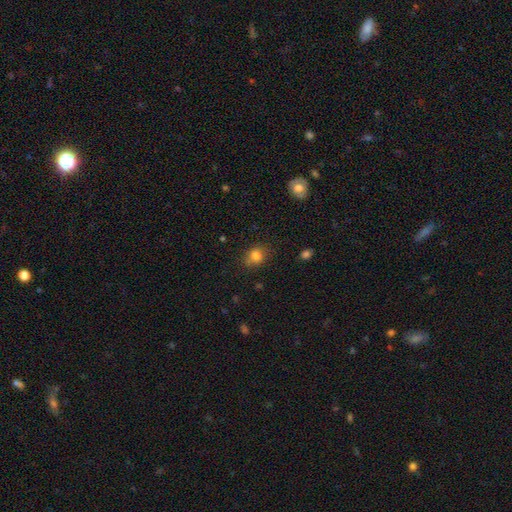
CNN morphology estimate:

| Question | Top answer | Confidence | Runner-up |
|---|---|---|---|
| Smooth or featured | smooth | 81% | star or artifact (12%) |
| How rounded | round | 59% | in between (40%) |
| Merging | none | 76% | minor disturbance (17%) |